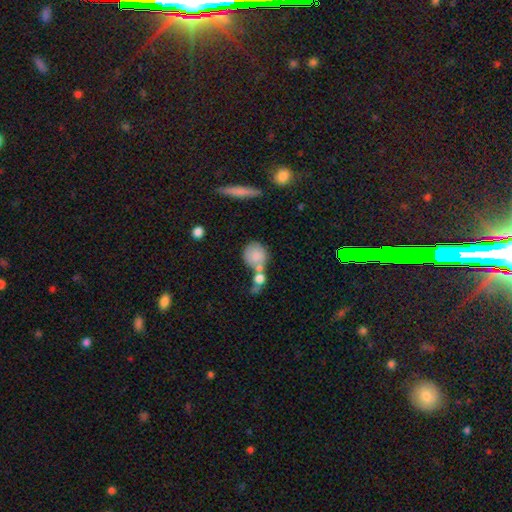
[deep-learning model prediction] This appears to be a smooth galaxy with no disk features (79%) that is round (76%). Merging: none (40%).